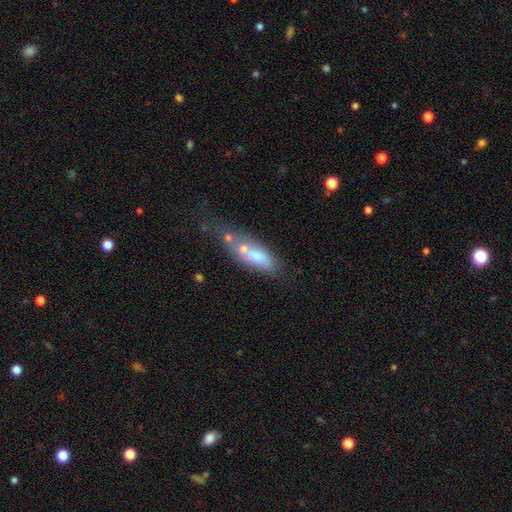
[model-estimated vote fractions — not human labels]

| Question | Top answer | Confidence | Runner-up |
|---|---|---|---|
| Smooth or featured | smooth | 56% | featured or disk (34%) |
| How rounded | in between | 63% | cigar-shaped (31%) |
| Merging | merger | 38% | none (27%) |